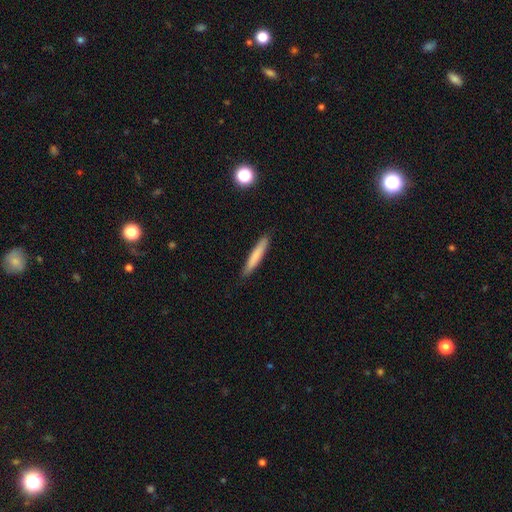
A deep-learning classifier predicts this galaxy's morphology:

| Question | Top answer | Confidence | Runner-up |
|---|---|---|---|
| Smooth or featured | smooth | 75% | featured or disk (18%) |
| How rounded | cigar-shaped | 94% | in between (5%) |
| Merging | none | 88% | minor disturbance (9%) |